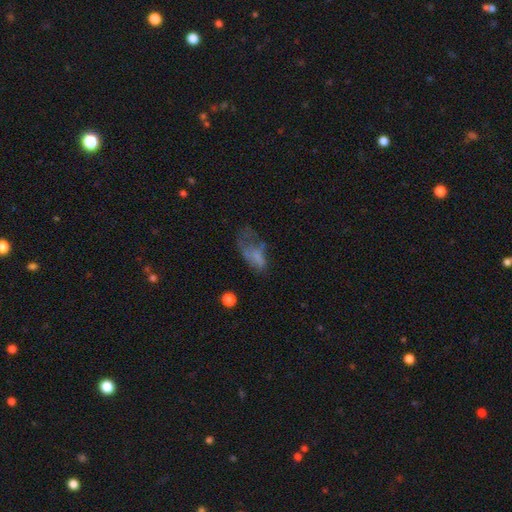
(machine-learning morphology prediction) smooth-or-featured: smooth: 53% | featured or disk: 33% | star or artifact: 15%
  how-rounded: in between: 84% | cigar-shaped: 10% | round: 6%
  merging: major disturbance: 47% | none: 25% | minor disturbance: 22% | merger: 5%